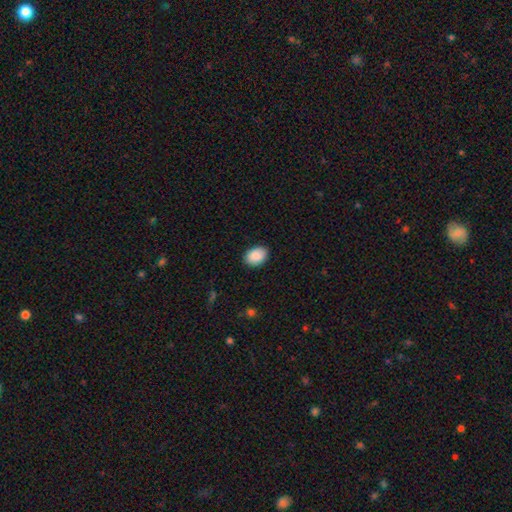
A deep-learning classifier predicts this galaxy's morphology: type=smooth (90%); roundness=in between (81%); merging=none (87%).